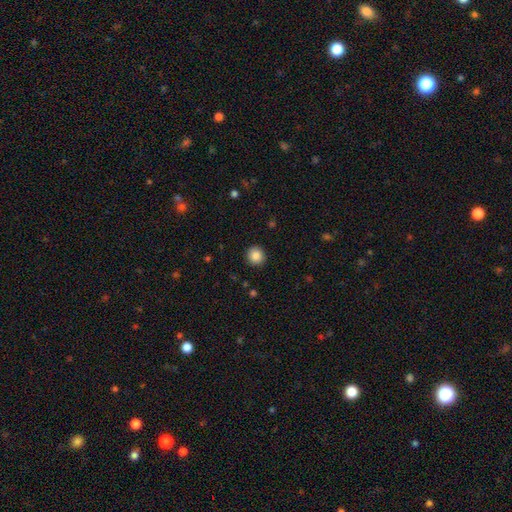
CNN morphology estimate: A smooth galaxy with no disk features (87%) that is round (90%).

Vote fractions:
- Smooth or featured? smooth: 87% / star or artifact: 9% / featured or disk: 4%
- How rounded? round: 90% / in between: 9% / cigar-shaped: 1%
- Merging? none: 92% / minor disturbance: 5% / major disturbance: 2% / merger: 1%